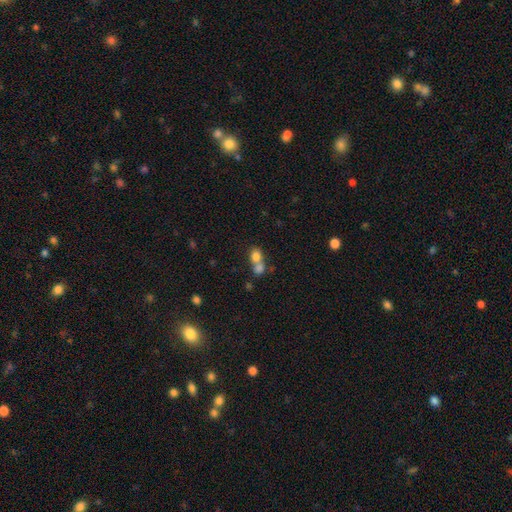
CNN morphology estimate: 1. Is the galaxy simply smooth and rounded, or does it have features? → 78% smooth, 11% featured or disk, 11% star or artifact.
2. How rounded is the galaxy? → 58% round, 41% in between, 2% cigar-shaped.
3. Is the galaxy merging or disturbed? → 63% merger, 28% none, 6% minor disturbance, 3% major disturbance.